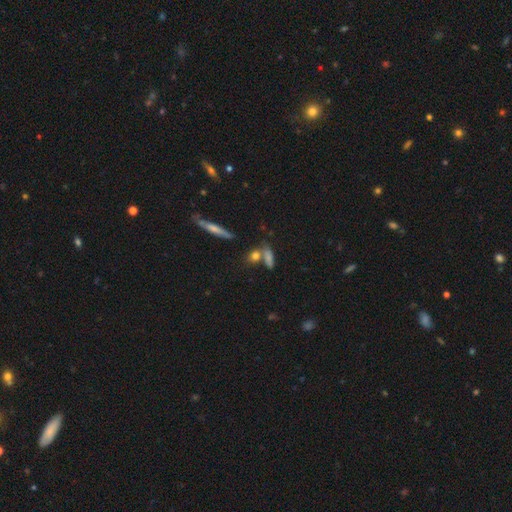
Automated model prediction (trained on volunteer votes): Smooth or featured?
  - smooth: 52% *
  - featured or disk: 26%
  - star or artifact: 22%
How rounded?
  - in between: 41% *
  - cigar-shaped: 36%
  - round: 22%
Merging?
  - none: 59% *
  - merger: 24%
  - minor disturbance: 12%
  - major disturbance: 5%